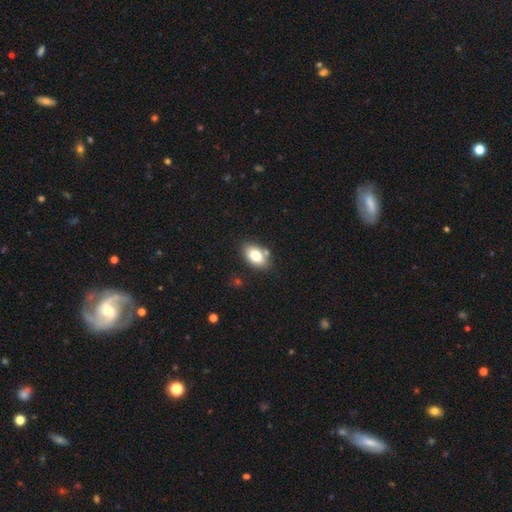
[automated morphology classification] The model was most divided on "merging": none: 75%, minor disturbance: 13%, merger: 8%, major disturbance: 3%. More confident: how rounded — in between (87%); smooth or featured — smooth (78%).